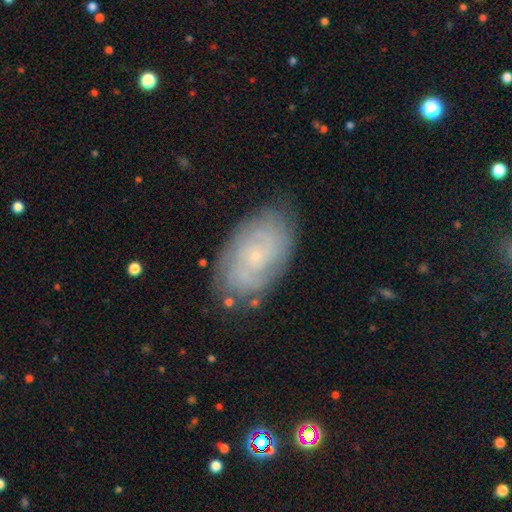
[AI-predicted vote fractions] smooth-or-featured: featured or disk: 70% | smooth: 22% | star or artifact: 8%
  disk-edge-on: no: 95% | yes: 5%
    bar: no: 78% | weak: 19% | strong: 3%
    has-spiral-arms: yes: 87% | no: 13%
      spiral-winding: tight: 70% | medium: 23% | loose: 7%
      spiral-arm-count: can't tell: 50% | 2: 20% | 3: 10% | 4: 9% | more than 4: 5% | 1: 4%
    bulge-size: small: 84% | moderate: 11% | none: 3% | large: 1% | dominant: 1%
  merging: none: 78% | minor disturbance: 16% | major disturbance: 4% | merger: 2%